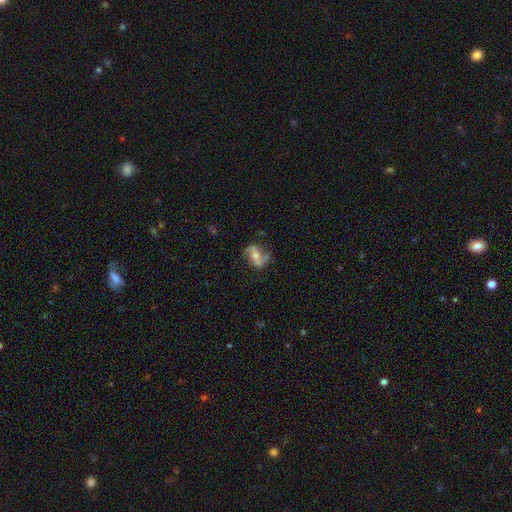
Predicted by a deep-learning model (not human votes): The model was most divided on "bar": no: 42%, weak: 36%, strong: 22%. Remaining: edge-on disk — no (96%); spiral arms — yes (91%); spiral arm count — 2 (89%); smooth or featured — featured or disk (77%); merging — none (72%); bulge size — moderate (62%); spiral winding — loose (47%).